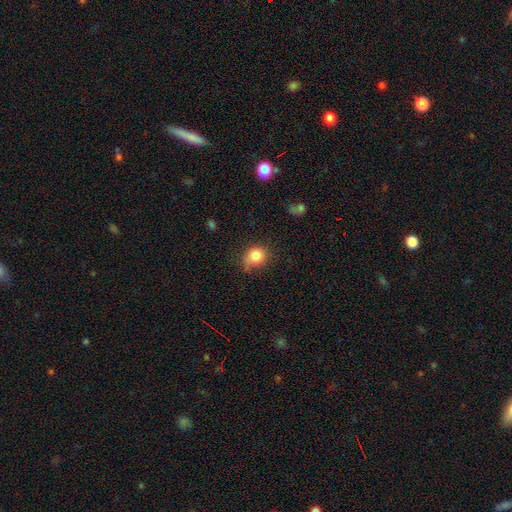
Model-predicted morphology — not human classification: This appears to be a smooth galaxy with no disk features (83%) that is round (69%). Merging: none (54%).